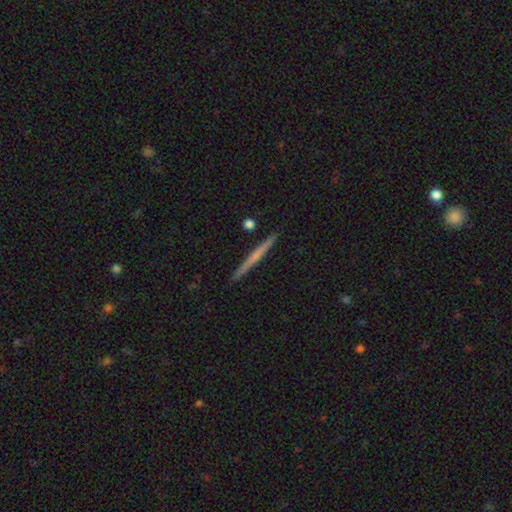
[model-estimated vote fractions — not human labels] Morphology: type=featured or disk (50%); merging=none (92%).